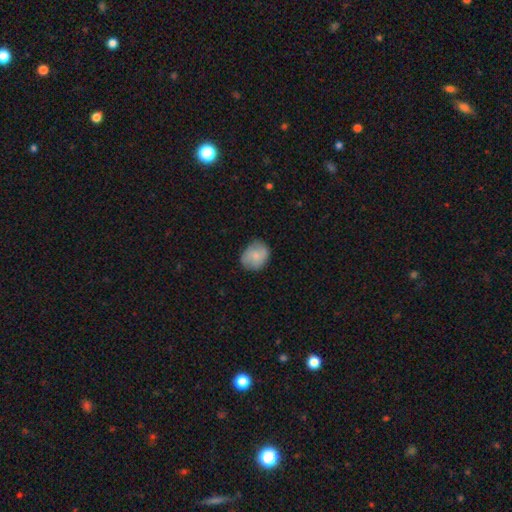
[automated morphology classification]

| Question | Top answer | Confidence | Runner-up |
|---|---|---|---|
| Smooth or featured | smooth | 76% | featured or disk (17%) |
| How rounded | round | 57% | in between (42%) |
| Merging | none | 74% | minor disturbance (20%) |